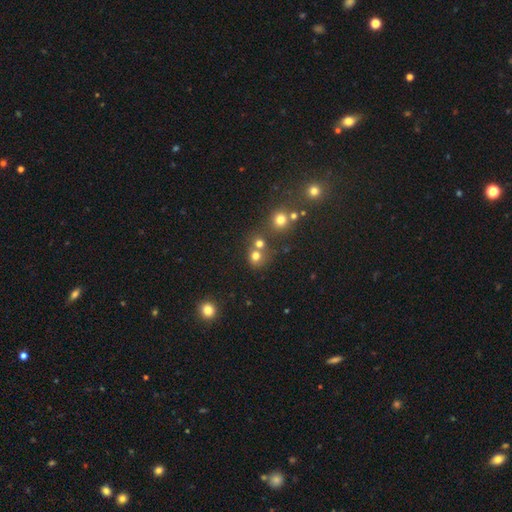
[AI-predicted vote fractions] The model was most divided on "merging": none: 53%, merger: 34%, minor disturbance: 8%, major disturbance: 4%. More confident: how rounded — round (80%); smooth or featured — smooth (71%).